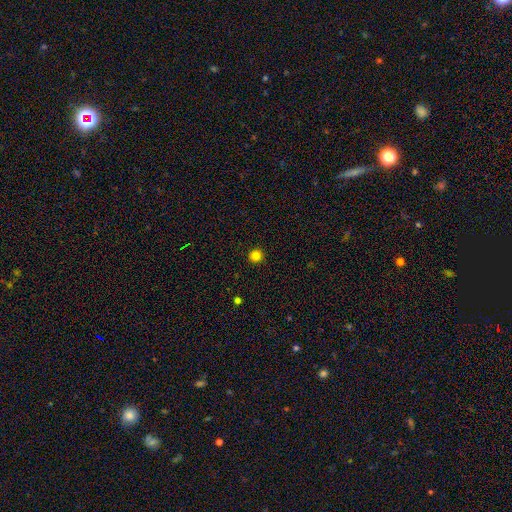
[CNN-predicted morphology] Overall: smooth (83%). How rounded: round (96%). Merging: none (93%).